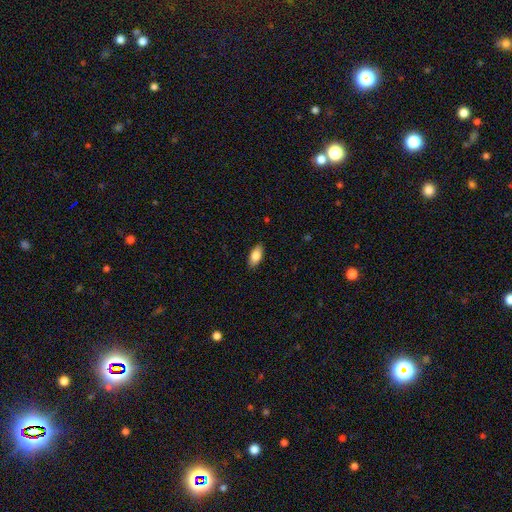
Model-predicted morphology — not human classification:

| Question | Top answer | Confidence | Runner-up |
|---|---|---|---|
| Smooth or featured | smooth | 83% | featured or disk (10%) |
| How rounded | in between | 90% | cigar-shaped (8%) |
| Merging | none | 88% | minor disturbance (9%) |